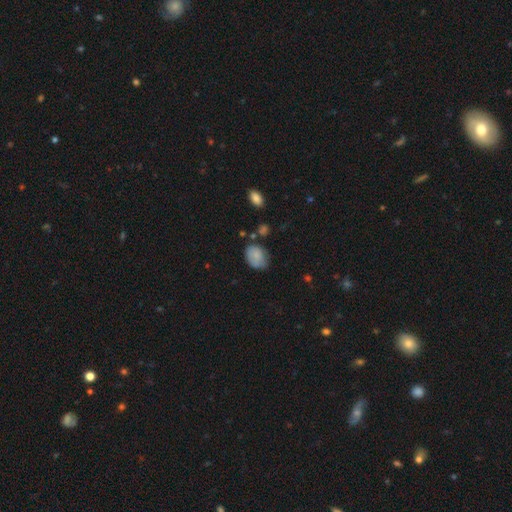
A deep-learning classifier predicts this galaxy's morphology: type=smooth (80%); roundness=in between (69%); merging=none (57%).